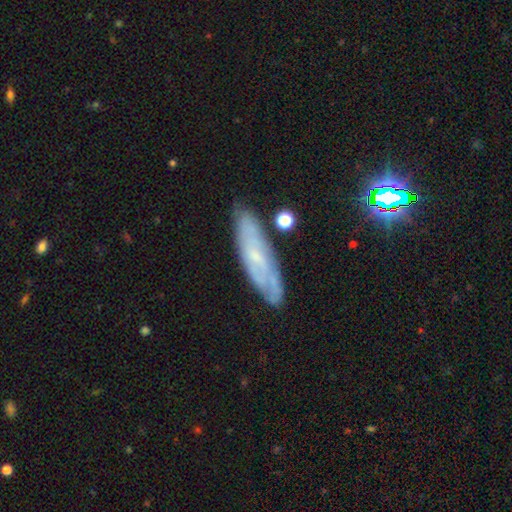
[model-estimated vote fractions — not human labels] A featured or disk galaxy (58%).

Vote fractions:
- Smooth or featured? featured or disk: 58% / smooth: 33% / star or artifact: 8%
- Edge-on disk? no: 69% / yes: 31%
- Merging? none: 75% / minor disturbance: 18% / major disturbance: 4% / merger: 3%